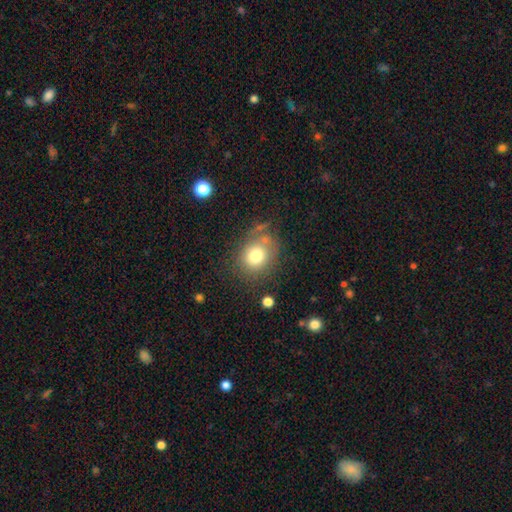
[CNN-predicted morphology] Smooth or featured?
  - smooth: 76% *
  - featured or disk: 13%
  - star or artifact: 11%
How rounded?
  - round: 67% *
  - in between: 33%
  - cigar-shaped: 1%
Merging?
  - none: 62% *
  - minor disturbance: 19%
  - major disturbance: 9%
  - merger: 9%